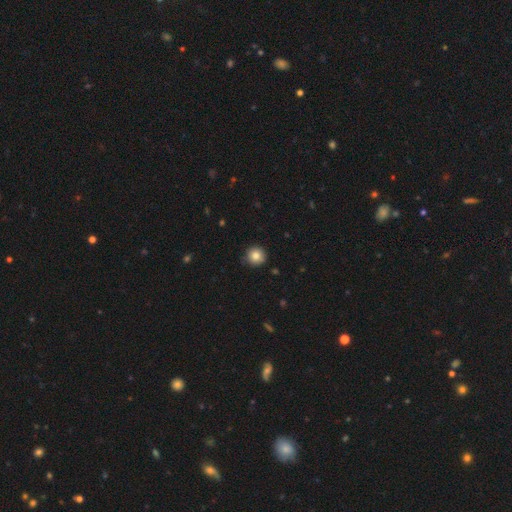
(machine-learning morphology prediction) Q: Smooth or featured?
A: smooth (83%); runner-up: star or artifact (10%)
Q: How rounded?
A: round (94%); runner-up: in between (5%)
Q: Merging?
A: none (89%); runner-up: minor disturbance (9%)